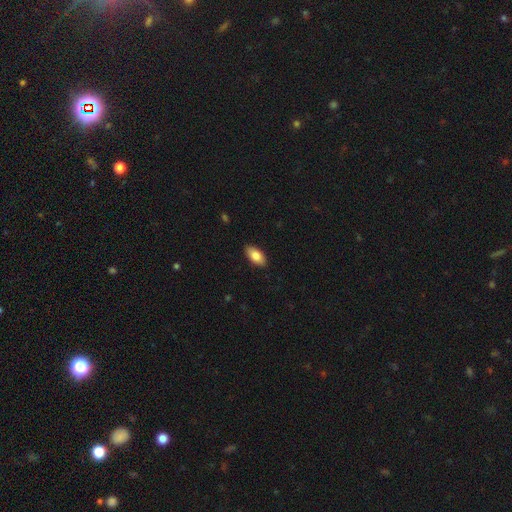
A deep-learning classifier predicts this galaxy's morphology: Q: Smooth or featured?
A: smooth (84%); runner-up: featured or disk (10%)
Q: How rounded?
A: in between (92%); runner-up: cigar-shaped (6%)
Q: Merging?
A: none (89%); runner-up: minor disturbance (9%)